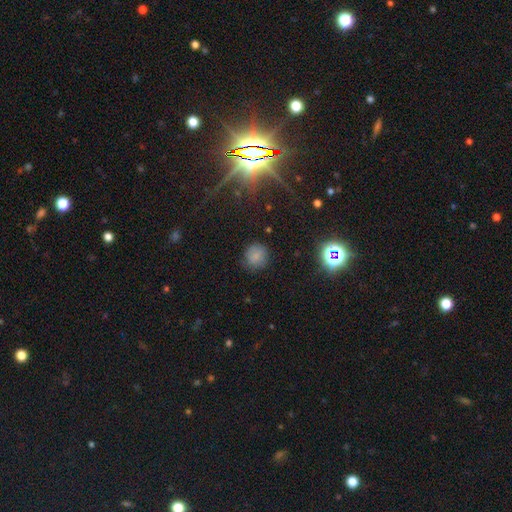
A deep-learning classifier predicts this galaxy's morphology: A smooth galaxy with no disk features (74%) that is round (89%).

Vote fractions:
- Smooth or featured? smooth: 74% / star or artifact: 17% / featured or disk: 9%
- How rounded? round: 89% / in between: 10% / cigar-shaped: 1%
- Merging? none: 81% / minor disturbance: 14% / major disturbance: 4% / merger: 1%